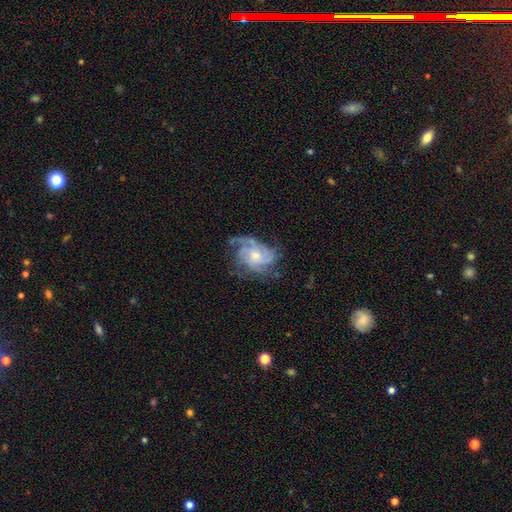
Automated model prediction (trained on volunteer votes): smooth-or-featured: featured or disk: 84% | smooth: 10% | star or artifact: 6%
  disk-edge-on: no: 97% | yes: 3%
    bar: no: 76% | weak: 21% | strong: 3%
    has-spiral-arms: yes: 95% | no: 5%
      spiral-winding: tight: 48% | medium: 38% | loose: 14%
      spiral-arm-count: 3: 29% | can't tell: 25% | 4: 17% | 2: 16% | 1: 7% | more than 4: 6%
    bulge-size: small: 51% | moderate: 43% | large: 3% | none: 2% | dominant: 1%
  merging: none: 60% | minor disturbance: 23% | major disturbance: 16% | merger: 2%